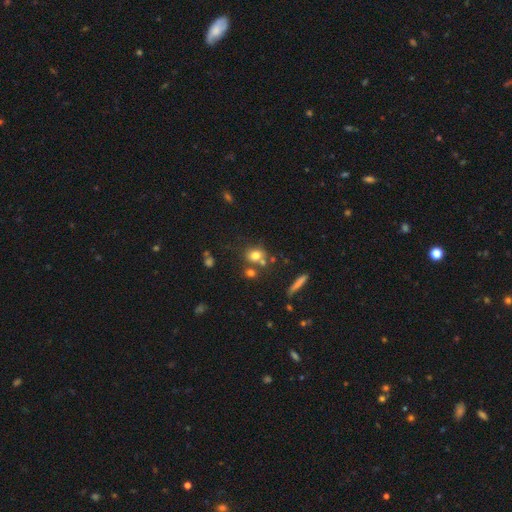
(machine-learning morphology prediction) Overall: smooth (73%). How rounded: round (62%; in between 35%). Merging: none (57%; merger 25%).